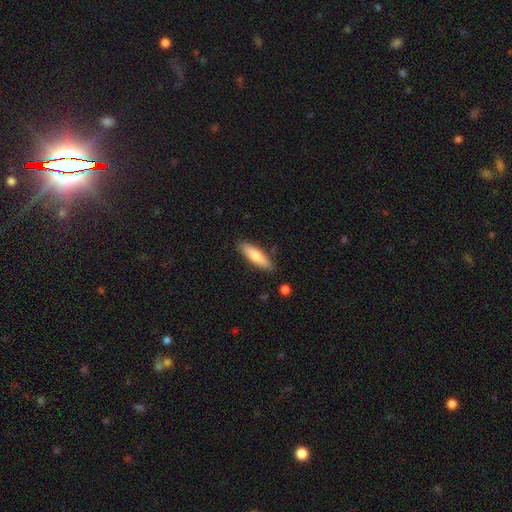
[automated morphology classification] smooth 77%, featured or disk 17%, star or artifact 6%. Down the decision tree: how rounded — cigar-shaped (60%); merging — none (85%).